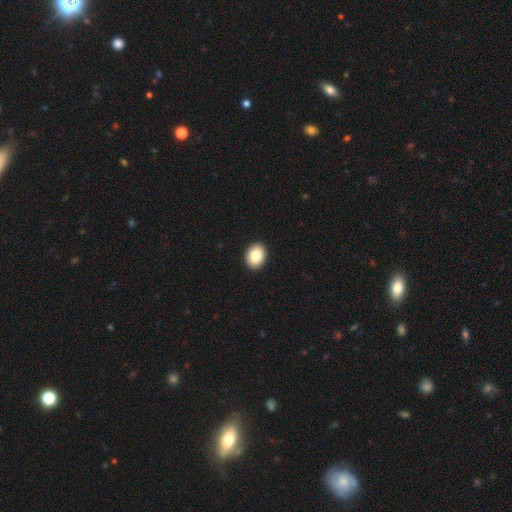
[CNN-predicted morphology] A smooth galaxy with no disk features (84%) that is in between round and cigar-shaped (64%). Merging: none (93%).